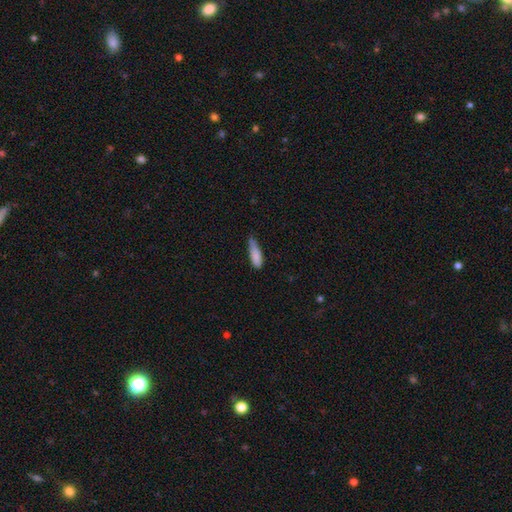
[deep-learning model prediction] The model was most divided on "merging" (2-way tie): none: 44%, minor disturbance: 44%, major disturbance: 8%, merger: 3%. More confident: smooth or featured — smooth (85%); how rounded — cigar-shaped (53%).